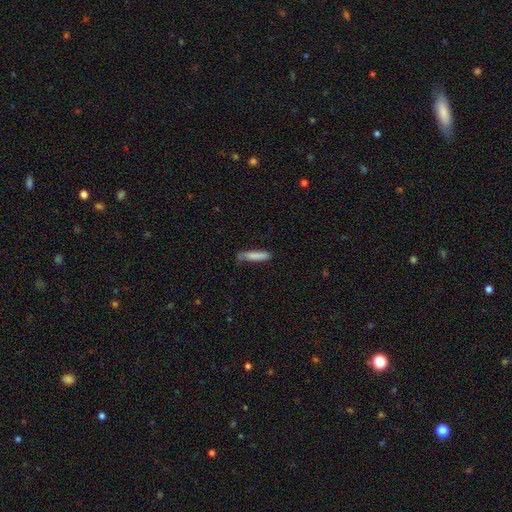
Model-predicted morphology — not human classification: smooth-or-featured: smooth: 82% | featured or disk: 12% | star or artifact: 6%
  how-rounded: cigar-shaped: 83% | in between: 15% | round: 1%
  merging: none: 65% | minor disturbance: 26% | major disturbance: 6% | merger: 3%